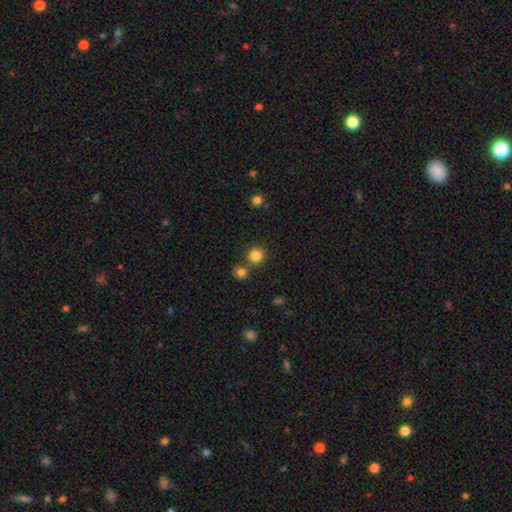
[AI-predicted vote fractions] smooth-or-featured: smooth: 82% | star or artifact: 13% | featured or disk: 5%
  how-rounded: round: 93% | in between: 6% | cigar-shaped: 1%
  merging: none: 76% | merger: 14% | minor disturbance: 7% | major disturbance: 3%